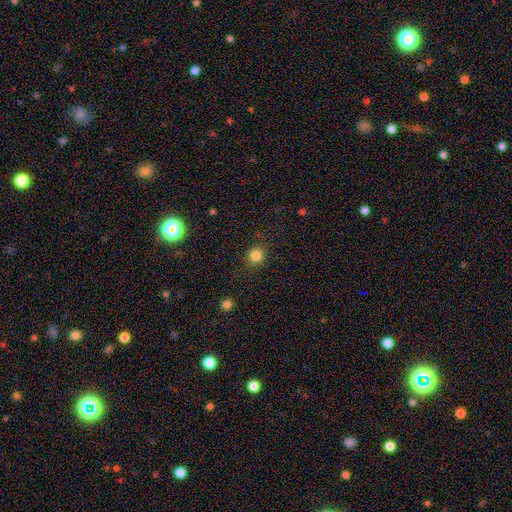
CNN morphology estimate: Smooth or featured: smooth — 82% (star or artifact — 13%)
How rounded: round — 88% (in between — 11%)
Merging: none — 86% (minor disturbance — 9%)